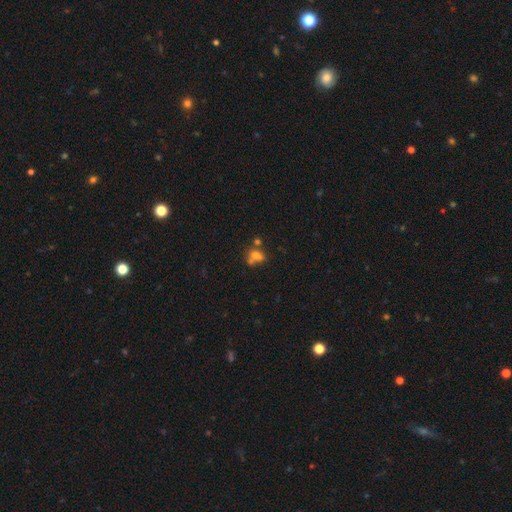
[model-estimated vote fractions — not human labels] Smooth or featured?
  - smooth: 64% *
  - featured or disk: 20%
  - star or artifact: 17%
How rounded?
  - in between: 57% *
  - round: 39%
  - cigar-shaped: 4%
Merging?
  - merger: 43% *
  - none: 34%
  - minor disturbance: 13%
  - major disturbance: 10%